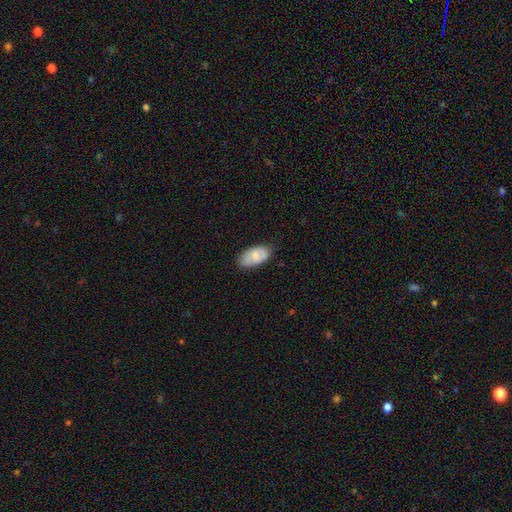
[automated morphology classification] smooth_or_featured: smooth (p=0.69) [alt: featured or disk p=0.24]
how_rounded: in between (p=0.94) [alt: round p=0.03]
merging: none (p=0.75) [alt: minor disturbance p=0.19]